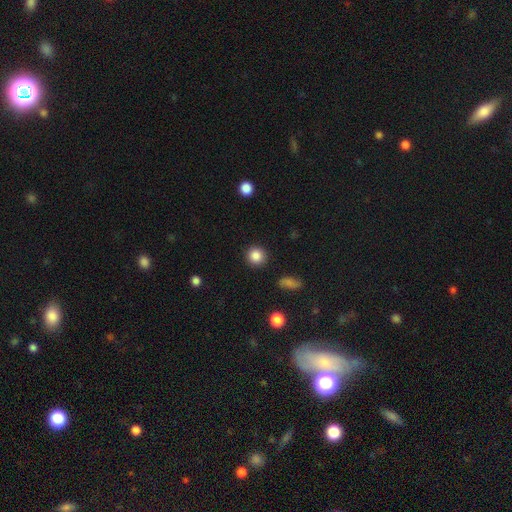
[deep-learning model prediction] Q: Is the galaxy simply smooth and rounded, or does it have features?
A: smooth — 86%.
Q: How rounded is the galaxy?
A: round — 91%.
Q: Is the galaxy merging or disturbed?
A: none — 91%.